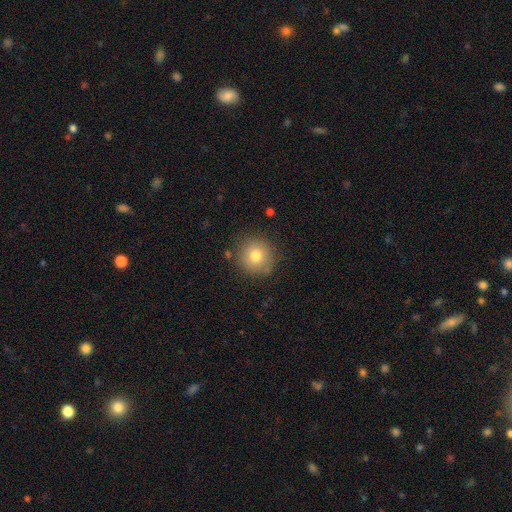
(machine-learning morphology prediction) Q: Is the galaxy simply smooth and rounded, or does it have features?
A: smooth — 78%.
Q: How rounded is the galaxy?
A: round — 93%.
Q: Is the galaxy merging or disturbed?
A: none — 85%.